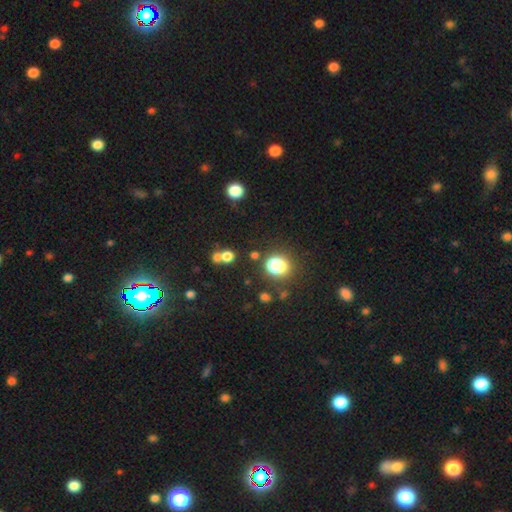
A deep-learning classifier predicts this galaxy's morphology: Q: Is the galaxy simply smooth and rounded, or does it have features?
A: smooth — 63%.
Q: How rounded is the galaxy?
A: round — 67%.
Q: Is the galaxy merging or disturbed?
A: none — 81%.